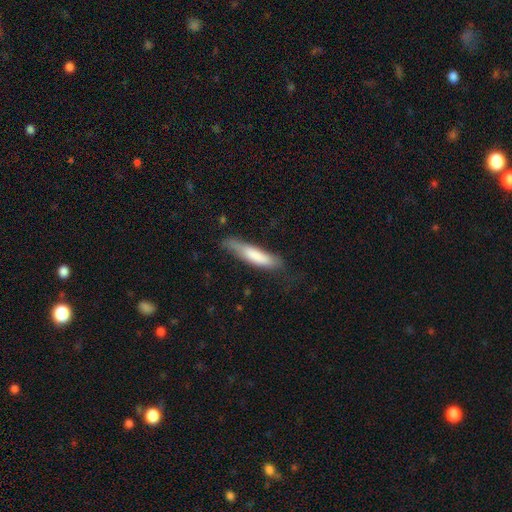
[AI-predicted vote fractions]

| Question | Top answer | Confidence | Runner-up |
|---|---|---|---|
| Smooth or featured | smooth | 75% | featured or disk (19%) |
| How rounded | cigar-shaped | 75% | in between (23%) |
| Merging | none | 54% | minor disturbance (31%) |